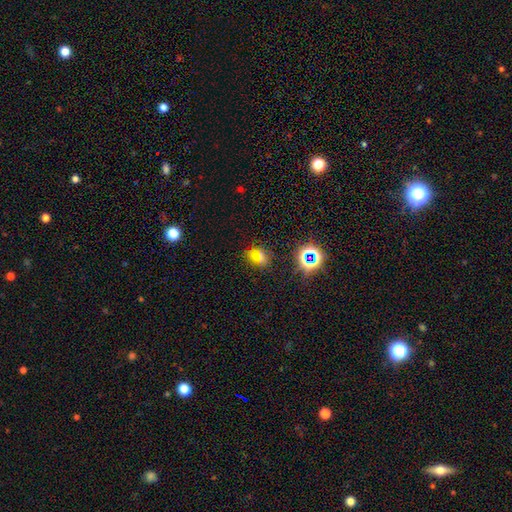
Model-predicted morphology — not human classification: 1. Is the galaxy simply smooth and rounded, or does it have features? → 51% smooth, 38% star or artifact, 11% featured or disk.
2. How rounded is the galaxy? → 52% in between, 46% round, 2% cigar-shaped.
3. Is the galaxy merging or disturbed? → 73% none, 12% minor disturbance, 10% merger, 5% major disturbance.